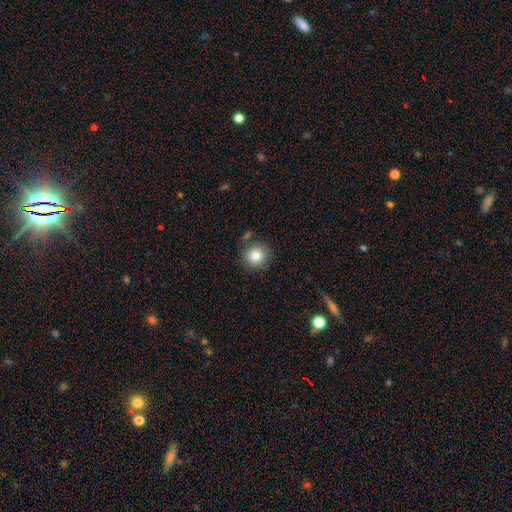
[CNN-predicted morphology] Q: Smooth or featured?
A: smooth (81%); runner-up: star or artifact (11%)
Q: How rounded?
A: round (93%); runner-up: in between (6%)
Q: Merging?
A: none (82%); runner-up: minor disturbance (10%)